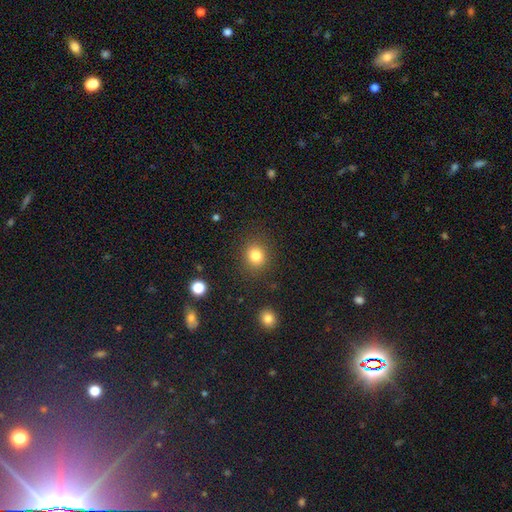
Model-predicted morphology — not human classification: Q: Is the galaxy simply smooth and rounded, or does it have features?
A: smooth — 82%.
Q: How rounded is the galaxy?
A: round — 82%.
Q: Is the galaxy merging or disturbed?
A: none — 87%.